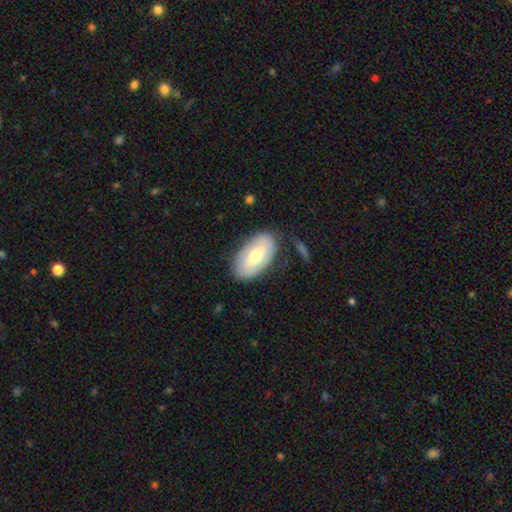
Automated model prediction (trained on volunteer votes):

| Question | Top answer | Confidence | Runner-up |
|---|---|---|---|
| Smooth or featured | smooth | 54% | featured or disk (41%) |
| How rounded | in between | 93% | round (4%) |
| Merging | none | 79% | minor disturbance (14%) |